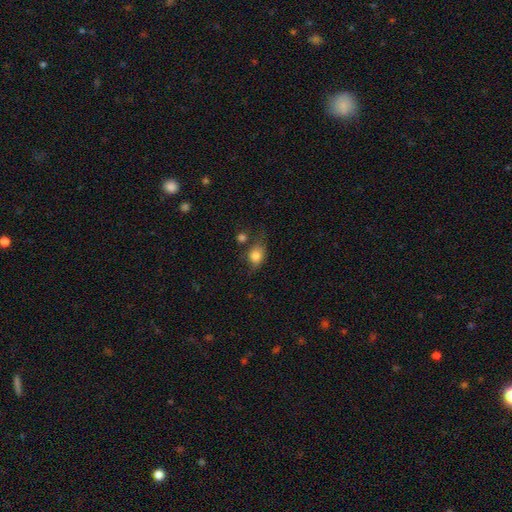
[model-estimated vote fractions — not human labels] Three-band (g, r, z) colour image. It shows a smooth galaxy with no disk features (77%) that is in between round and cigar-shaped (57%). Merging: none (48%).